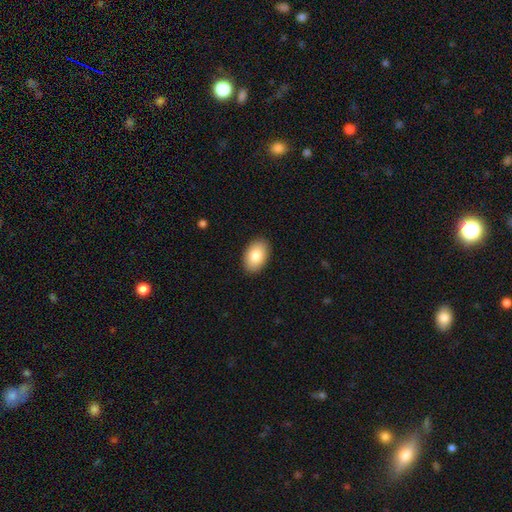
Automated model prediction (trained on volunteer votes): This appears to be a smooth galaxy with no disk features (83%) that is in between round and cigar-shaped (89%). Merging: none (90%).